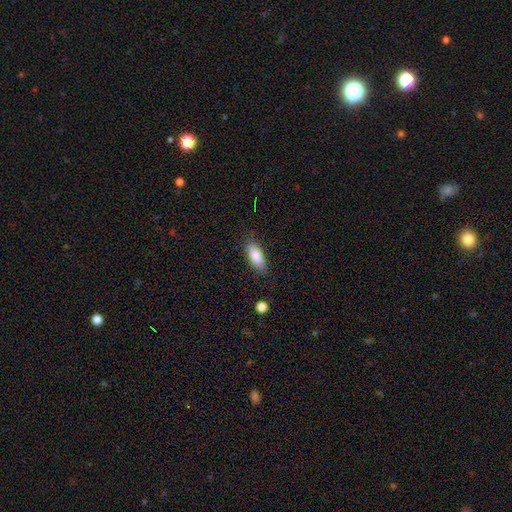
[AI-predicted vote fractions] Morphology: type=smooth (85%); roundness=in between (78%); merging=none (83%).